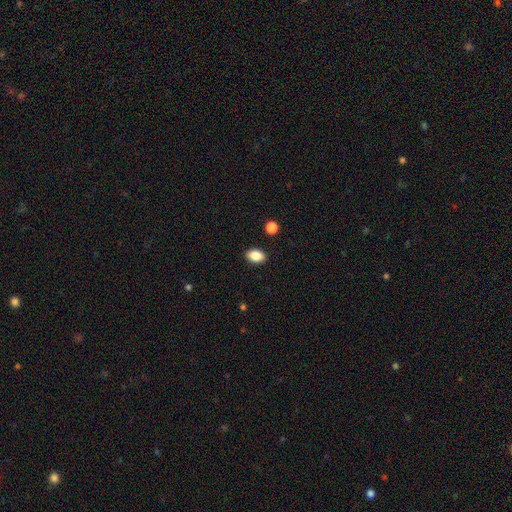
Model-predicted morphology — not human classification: smooth 87%, star or artifact 8%, featured or disk 5%. Down the decision tree: how rounded — in between (84%); merging — none (88%).